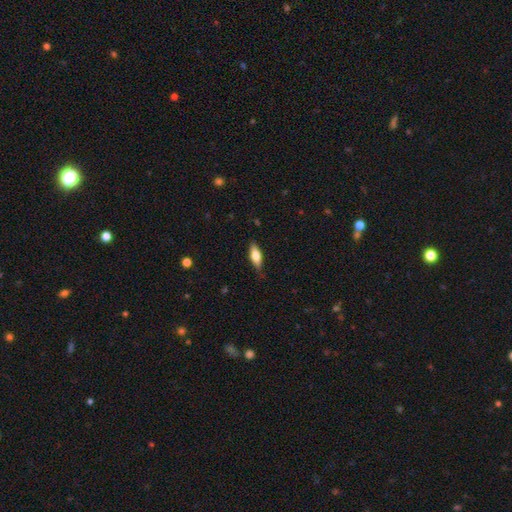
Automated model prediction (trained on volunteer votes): A smooth galaxy with no disk features (62%) that is in between round and cigar-shaped (64%). Merging: none (81%).